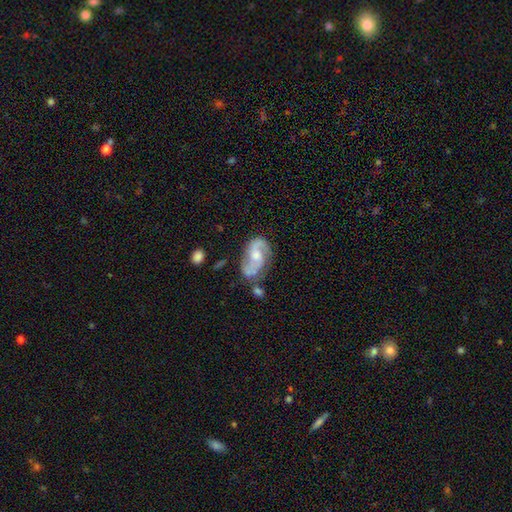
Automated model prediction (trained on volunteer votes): Morphology: type=featured or disk (84%); edge-on=no (97%); bar=no (49%); spiral arms=yes (95%); winding=medium (50%); arm count=2 (90%); bulge=moderate (59%); merging=none (61%).